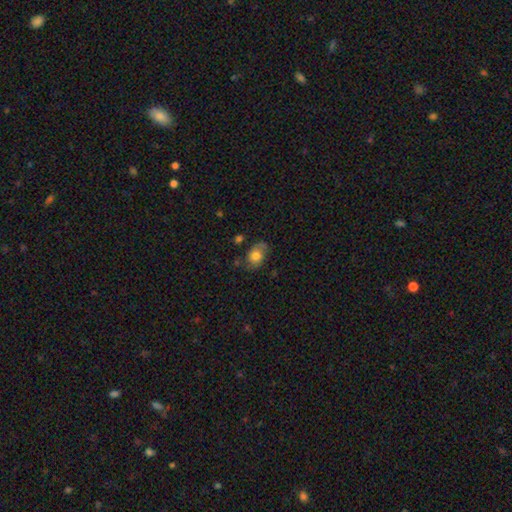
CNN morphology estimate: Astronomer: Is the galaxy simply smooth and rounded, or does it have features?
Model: smooth — 67%.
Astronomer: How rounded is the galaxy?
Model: in between — 70%.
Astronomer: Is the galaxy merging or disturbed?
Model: none — 62%.